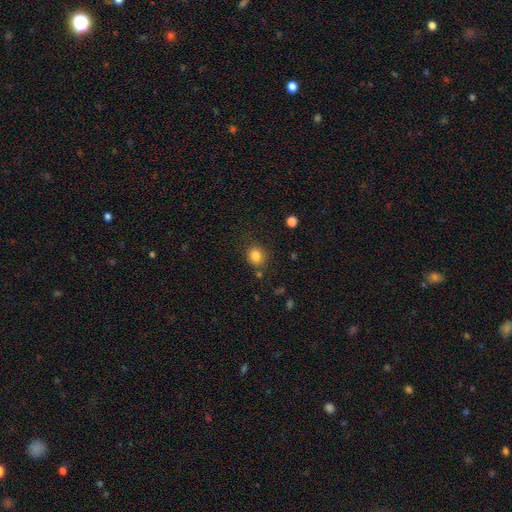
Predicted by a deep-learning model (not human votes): Q: Smooth or featured?
A: smooth (84%); runner-up: star or artifact (11%)
Q: How rounded?
A: round (75%); runner-up: in between (24%)
Q: Merging?
A: none (79%); runner-up: minor disturbance (12%)